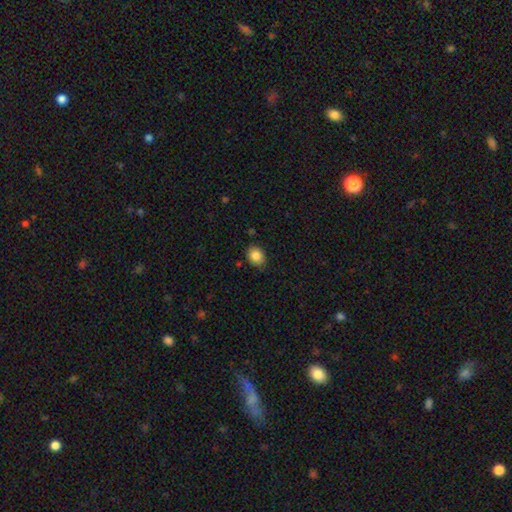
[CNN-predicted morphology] Q: Smooth or featured?
A: smooth (85%); runner-up: star or artifact (9%)
Q: How rounded?
A: round (53%); runner-up: in between (46%)
Q: Merging?
A: none (83%); runner-up: minor disturbance (13%)